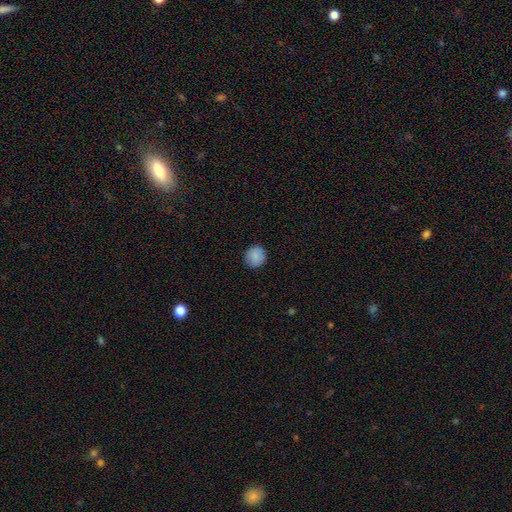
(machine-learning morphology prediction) A smooth galaxy with no disk features (87%) that is round (87%).

Vote fractions:
- Smooth or featured? smooth: 87% / star or artifact: 8% / featured or disk: 5%
- How rounded? round: 87% / in between: 12% / cigar-shaped: 1%
- Merging? none: 90% / minor disturbance: 7% / major disturbance: 2% / merger: 1%